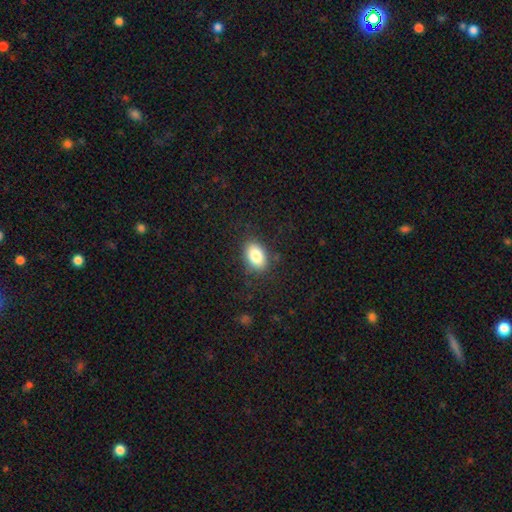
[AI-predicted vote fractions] Smooth or featured? Predicted: smooth (p=0.84). How rounded? Predicted: in between (p=0.86). Merging? Predicted: none (p=0.84).